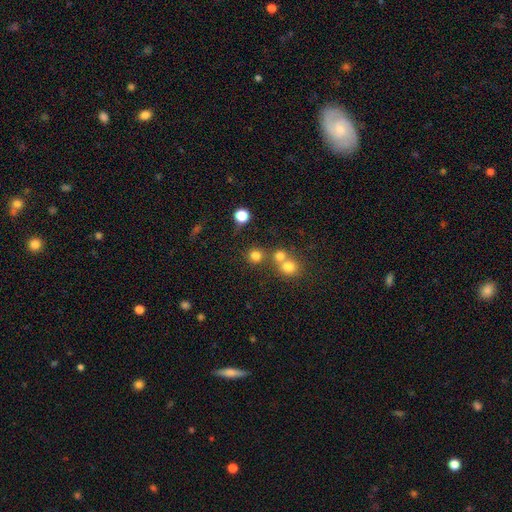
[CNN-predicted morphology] Smooth or featured? Predicted: smooth (p=0.77). How rounded? Predicted: round (p=0.91). Merging? Predicted: none (p=0.67).